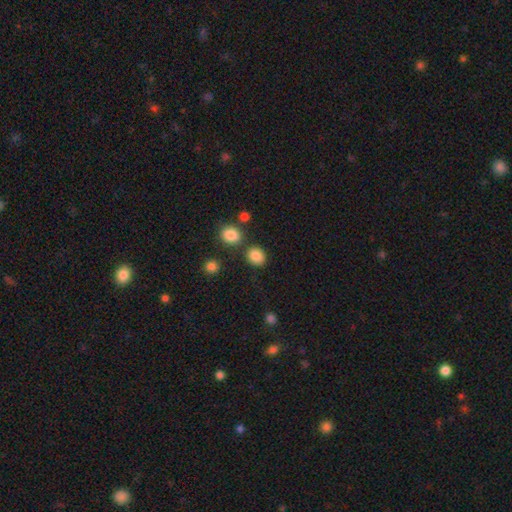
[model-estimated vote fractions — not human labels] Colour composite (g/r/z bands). It shows a smooth galaxy with no disk features (85%) that is round (64%). Merging: none (79%).